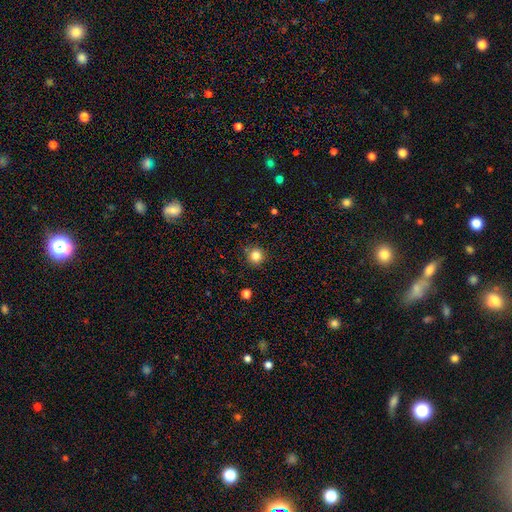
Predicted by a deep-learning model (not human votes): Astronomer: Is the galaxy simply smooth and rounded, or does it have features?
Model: smooth — 83%.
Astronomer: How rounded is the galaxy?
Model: round — 94%.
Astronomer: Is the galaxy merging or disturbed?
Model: none — 88%.